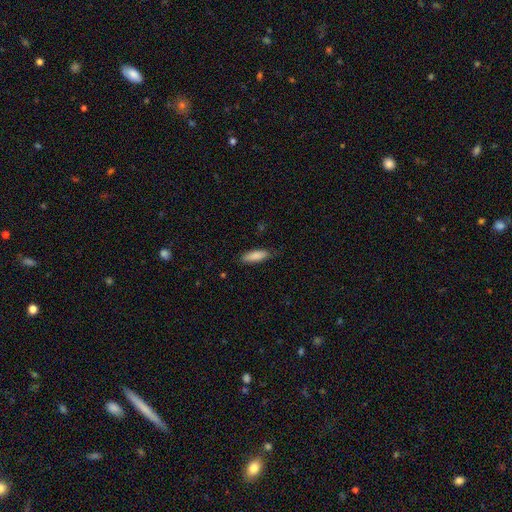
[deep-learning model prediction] Smooth or featured?
  - smooth: 86% *
  - featured or disk: 8%
  - star or artifact: 6%
How rounded?
  - in between: 51% *
  - cigar-shaped: 47%
  - round: 2%
Merging?
  - none: 79% *
  - minor disturbance: 16%
  - major disturbance: 3%
  - merger: 1%